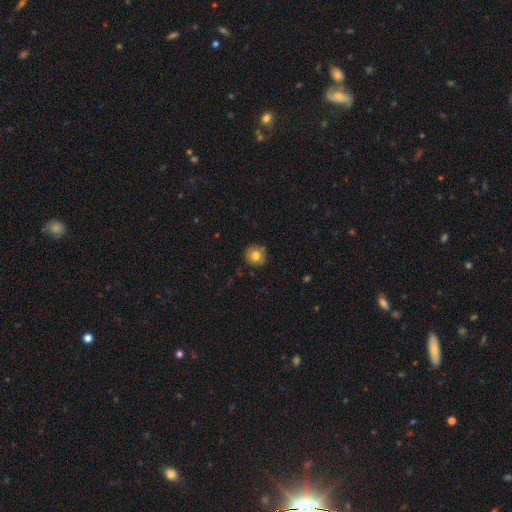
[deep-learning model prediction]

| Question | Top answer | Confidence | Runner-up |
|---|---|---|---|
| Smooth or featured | smooth | 76% | featured or disk (15%) |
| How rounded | round | 93% | in between (6%) |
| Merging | none | 85% | minor disturbance (11%) |